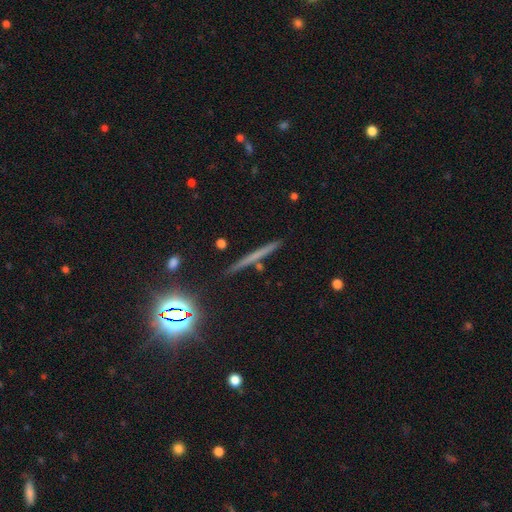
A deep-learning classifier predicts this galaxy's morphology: type=smooth (41%, tied with featured or disk); merging=none (88%).